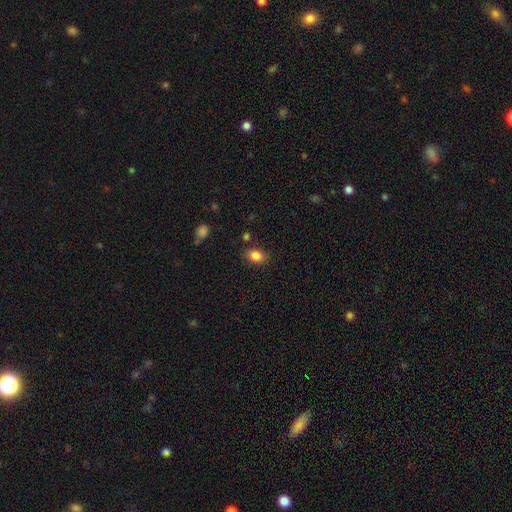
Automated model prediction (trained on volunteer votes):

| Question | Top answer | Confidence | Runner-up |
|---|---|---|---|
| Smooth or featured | smooth | 86% | star or artifact (9%) |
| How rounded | in between | 76% | round (23%) |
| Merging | none | 81% | minor disturbance (12%) |